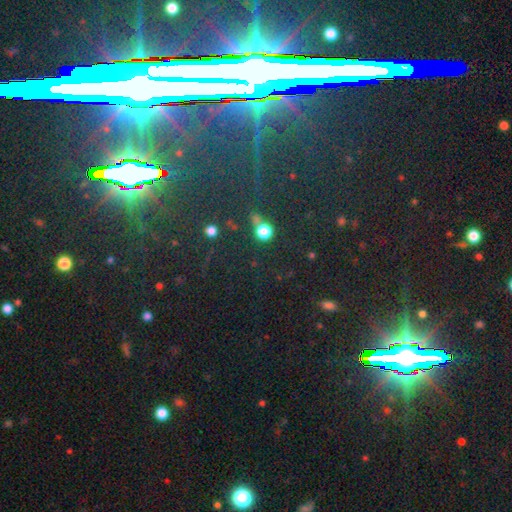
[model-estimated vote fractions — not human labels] A star or artifact, not a galaxy (79%).